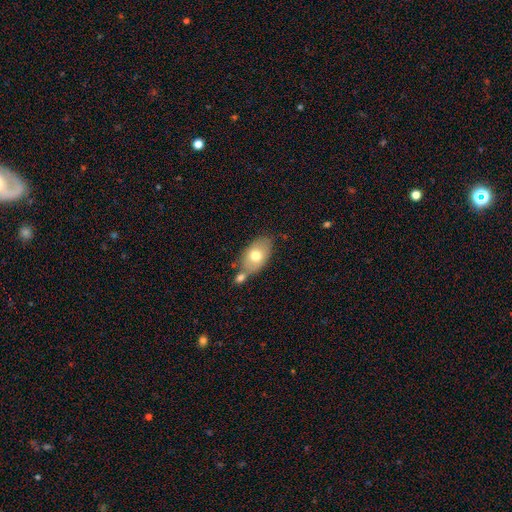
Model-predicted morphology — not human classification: smooth 69%, featured or disk 24%, star or artifact 7%. Down the decision tree: how rounded — in between (90%); merging — none (54%).